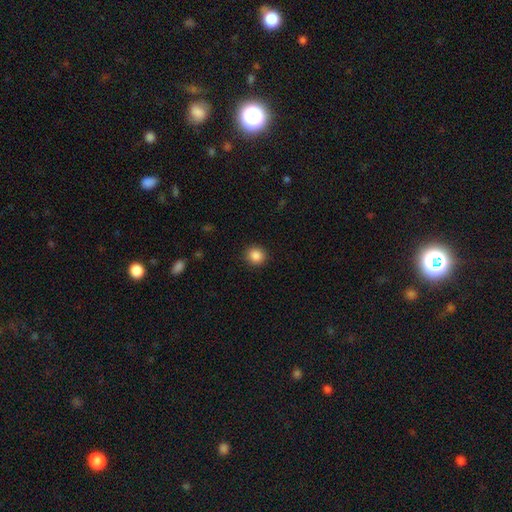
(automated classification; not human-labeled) Smooth or featured? smooth (87%)
How rounded? round (88%)
Merging? none (91%)